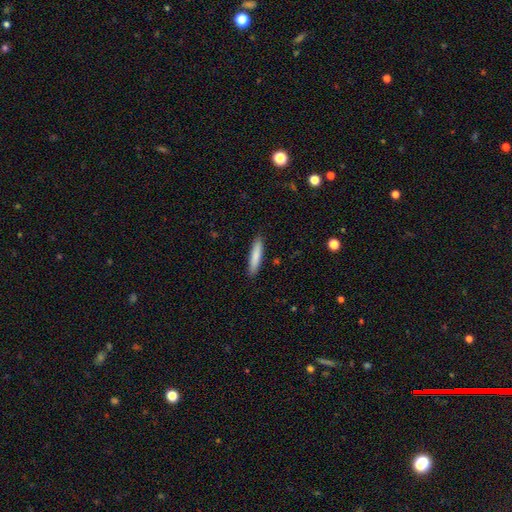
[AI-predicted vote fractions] Smooth or featured? Predicted: smooth (p=0.83). How rounded? Predicted: cigar-shaped (p=0.86). Merging? Predicted: none (p=0.90).